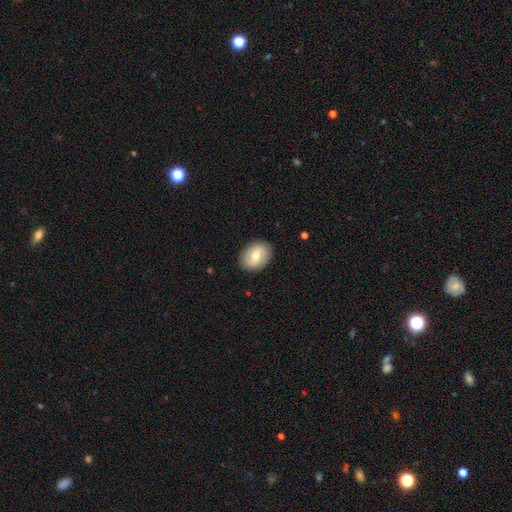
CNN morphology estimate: Smooth or featured? Predicted: smooth (p=0.51). How rounded? Predicted: in between (p=0.69). Merging? Predicted: none (p=0.87).